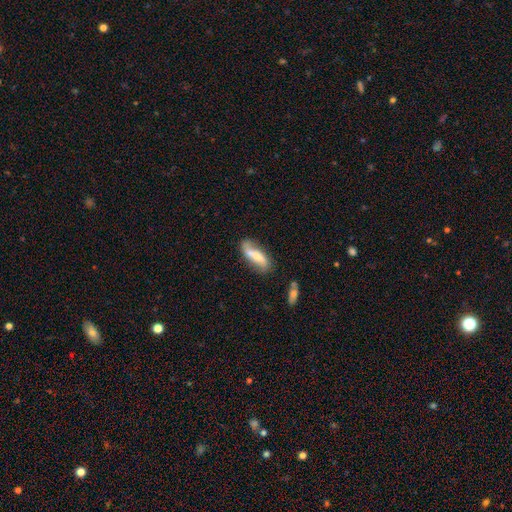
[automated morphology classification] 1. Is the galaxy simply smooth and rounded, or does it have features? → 50% smooth, 43% featured or disk, 7% star or artifact.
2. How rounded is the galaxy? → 60% in between, 37% cigar-shaped, 3% round.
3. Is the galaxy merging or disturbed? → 55% none, 25% minor disturbance, 11% merger, 9% major disturbance.